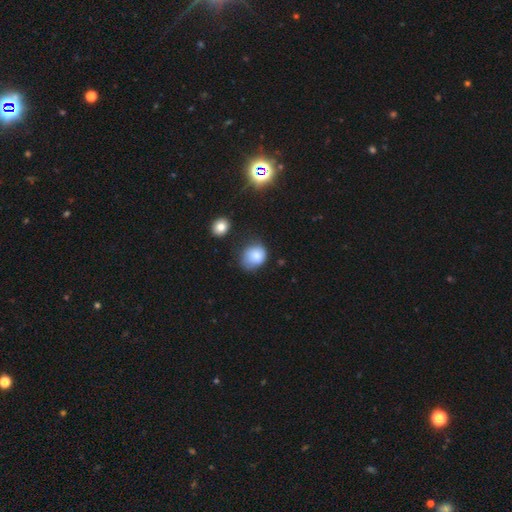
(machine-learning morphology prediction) This appears to be a smooth galaxy with no disk features (81%) that is round (63%). Merging: none (50%).